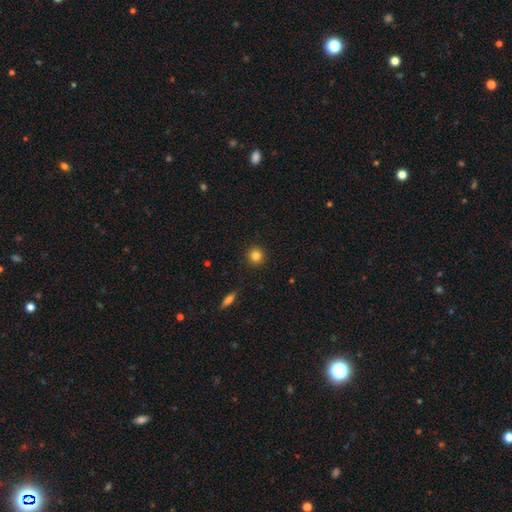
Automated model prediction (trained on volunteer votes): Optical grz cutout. It shows a smooth galaxy with no disk features (83%) that is round (94%). Merging: none (92%).